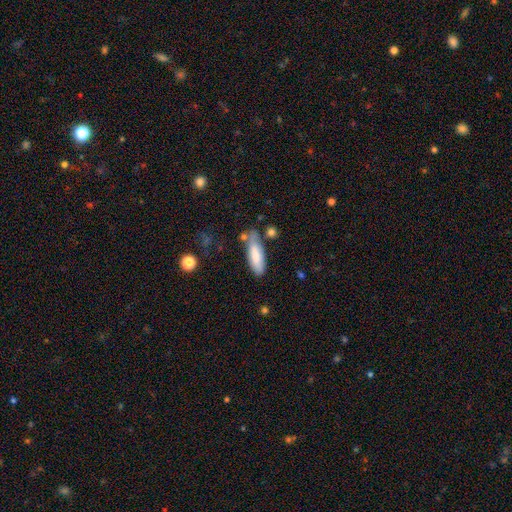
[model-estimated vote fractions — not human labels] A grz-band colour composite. It shows a smooth galaxy with no disk features (74%) that is in between round and cigar-shaped (53%). Merging: none (60%).